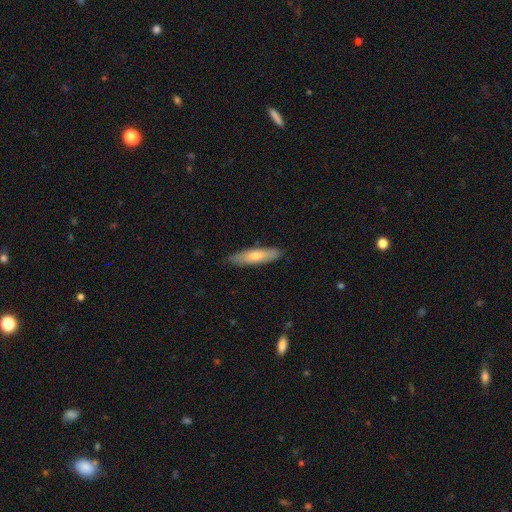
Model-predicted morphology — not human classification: Smooth or featured? smooth (70%)
How rounded? cigar-shaped (73%)
Merging? none (86%)